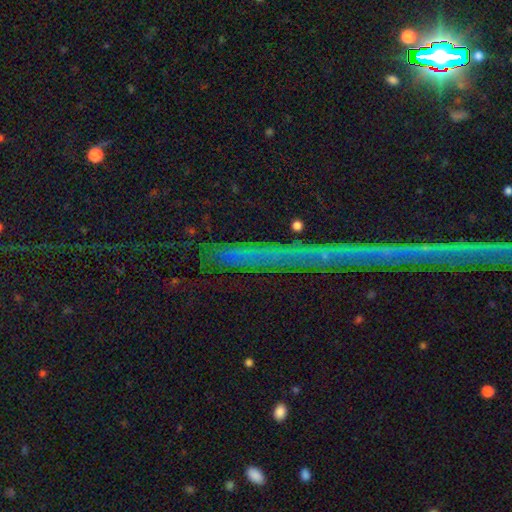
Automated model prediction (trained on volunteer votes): Smooth or featured? star or artifact (70%)